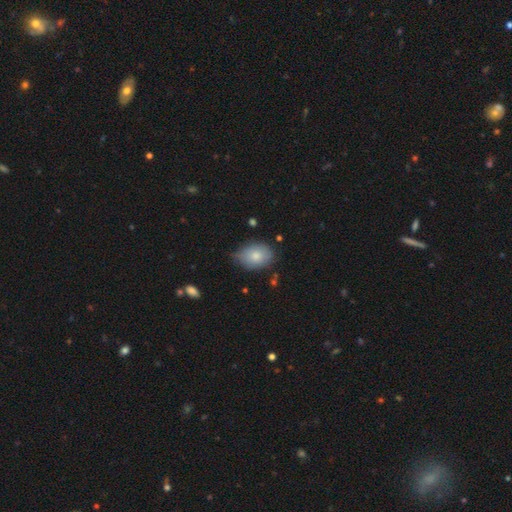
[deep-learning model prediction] Overall: smooth (80%). How rounded: in between (75%). Merging: none (64%; minor disturbance 29%).